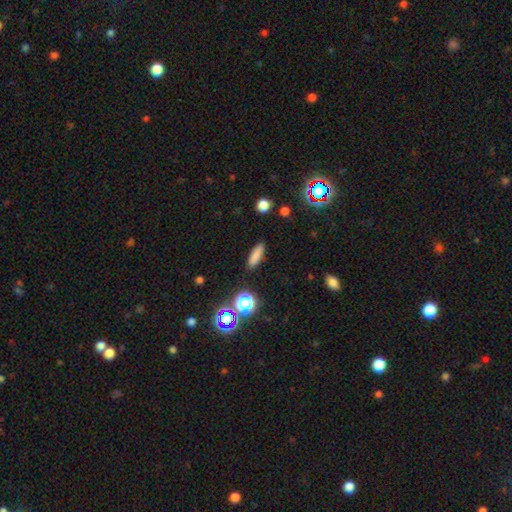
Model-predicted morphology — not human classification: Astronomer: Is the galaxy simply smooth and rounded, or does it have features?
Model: smooth — 82%.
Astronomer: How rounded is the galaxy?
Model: cigar-shaped — 57% (runner-up: in between, 39%).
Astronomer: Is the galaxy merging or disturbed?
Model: none — 88%.